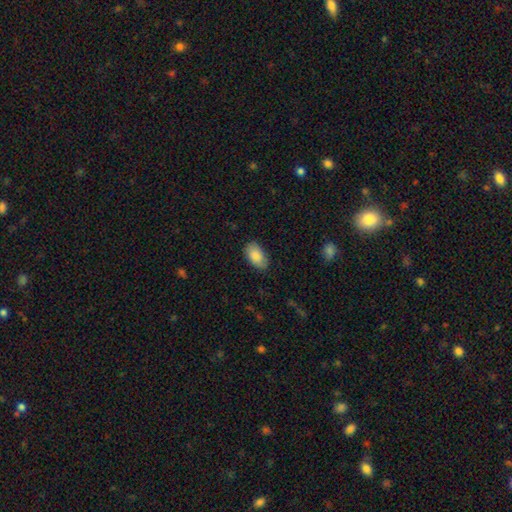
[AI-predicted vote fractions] A smooth galaxy with no disk features (86%) that is in between round and cigar-shaped (94%).

Vote fractions:
- Smooth or featured? smooth: 86% / featured or disk: 8% / star or artifact: 6%
- How rounded? in between: 94% / round: 4% / cigar-shaped: 2%
- Merging? none: 82% / minor disturbance: 15% / major disturbance: 3% / merger: 1%